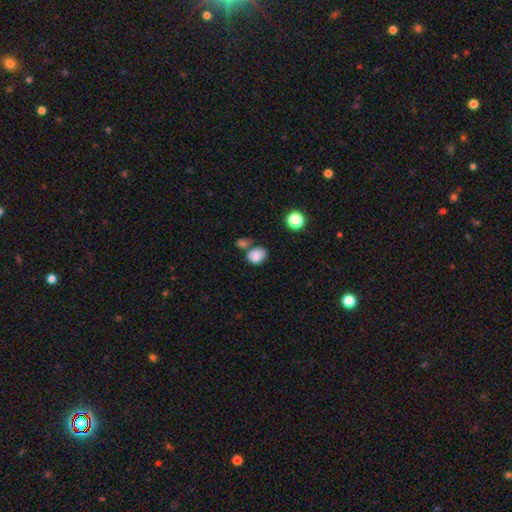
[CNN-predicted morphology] Overall: smooth (84%). How rounded: in between (59%; round 40%). Merging: none (50%; merger 26%).